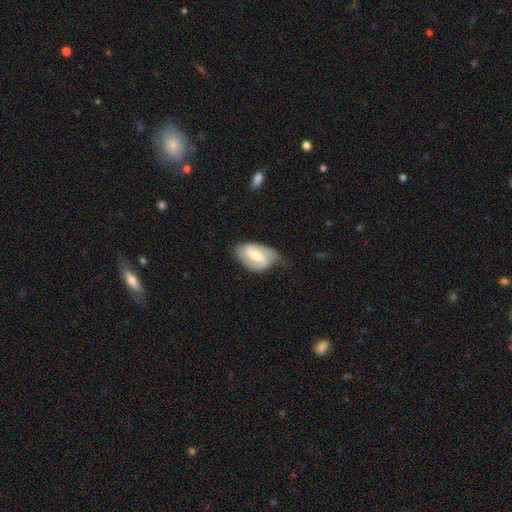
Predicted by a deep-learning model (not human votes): featured or disk 74%, smooth 21%, star or artifact 5%. Down the decision tree: edge-on disk — no (96%); bar — weak (47%); spiral arms — yes (89%); spiral arm count — 2 (84%); spiral winding — medium (46%); bulge size — moderate (63%); merging — none (62%).